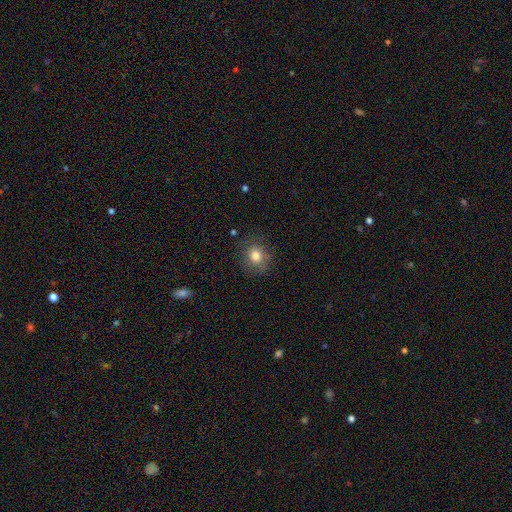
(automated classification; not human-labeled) smooth 80%, star or artifact 11%, featured or disk 9%. Down the decision tree: how rounded — round (79%); merging — none (81%).